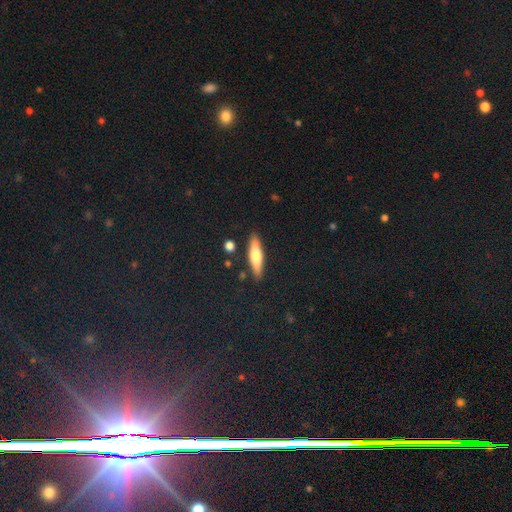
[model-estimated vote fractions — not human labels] Morphology: type=smooth (59%); roundness=cigar-shaped (72%); merging=none (86%).